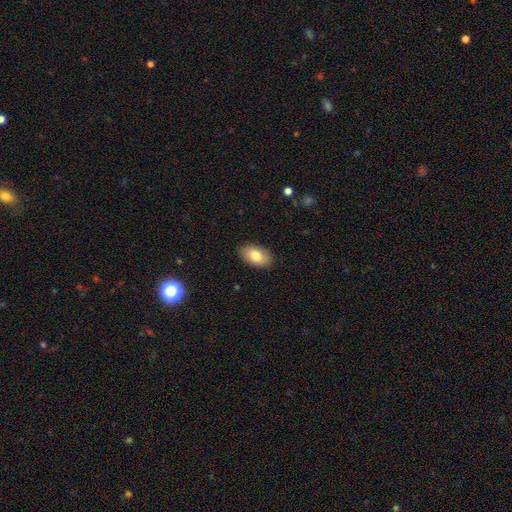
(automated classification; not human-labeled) smooth-or-featured: smooth: 80% | featured or disk: 13% | star or artifact: 7%
  how-rounded: in between: 93% | round: 6% | cigar-shaped: 2%
  merging: none: 88% | minor disturbance: 9% | major disturbance: 2% | merger: 1%